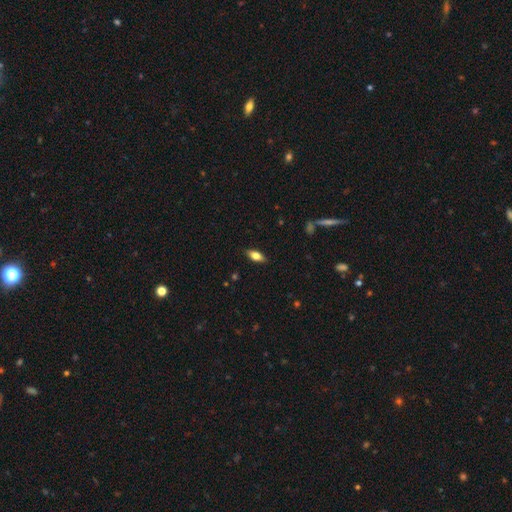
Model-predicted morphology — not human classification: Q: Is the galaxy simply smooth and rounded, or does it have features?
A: smooth — 73%.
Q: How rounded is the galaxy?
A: in between — 83%.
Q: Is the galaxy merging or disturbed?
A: none — 87%.